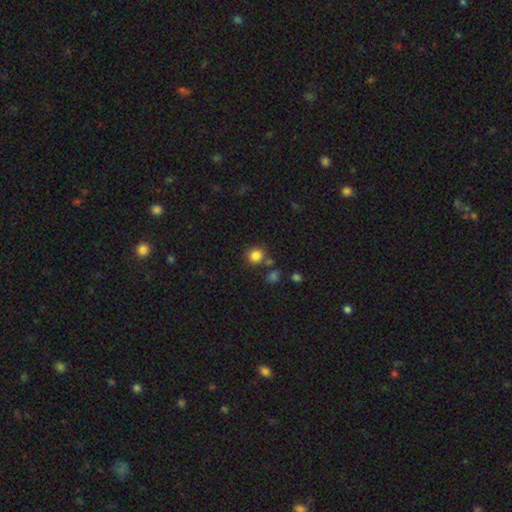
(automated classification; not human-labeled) smooth-or-featured: smooth: 84% | star or artifact: 12% | featured or disk: 5%
  how-rounded: round: 88% | in between: 11% | cigar-shaped: 1%
  merging: none: 74% | merger: 11% | minor disturbance: 10% | major disturbance: 4%